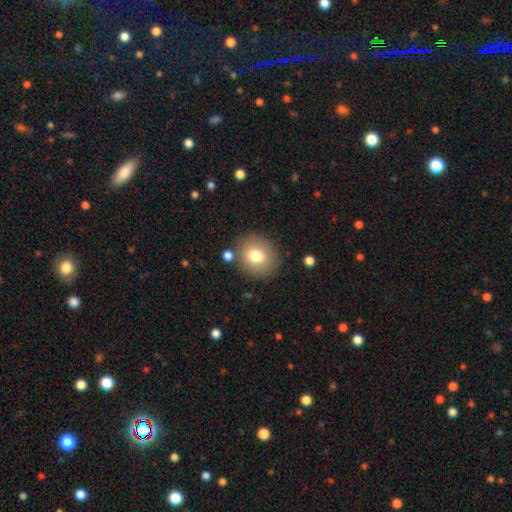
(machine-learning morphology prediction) The model was most divided on "smooth or featured": smooth: 77%, featured or disk: 13%, star or artifact: 10%. More confident: merging — none (83%); how rounded — round (82%).